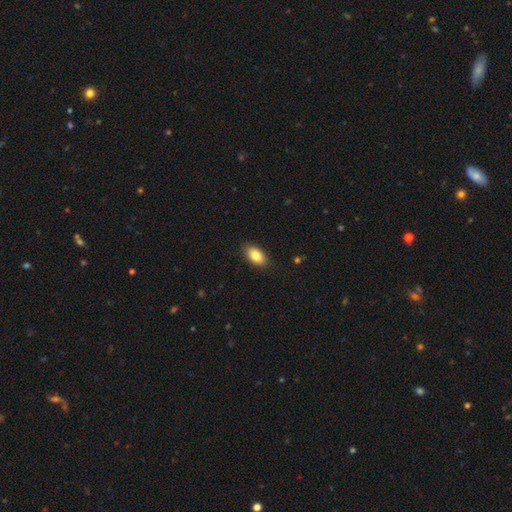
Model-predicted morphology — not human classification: This is clearly a smooth galaxy (84%). How rounded: clearly in between (91%). Merging: clearly none (87%).